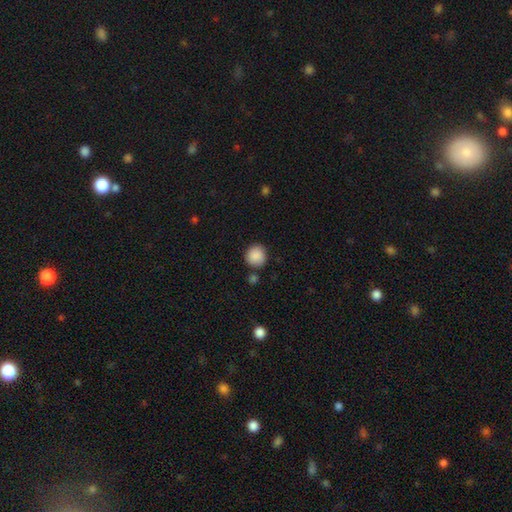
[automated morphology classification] A smooth galaxy with no disk features (88%) that is round (89%).

Vote fractions:
- Smooth or featured? smooth: 88% / star or artifact: 8% / featured or disk: 3%
- How rounded? round: 89% / in between: 10% / cigar-shaped: 1%
- Merging? none: 81% / minor disturbance: 11% / merger: 5% / major disturbance: 3%